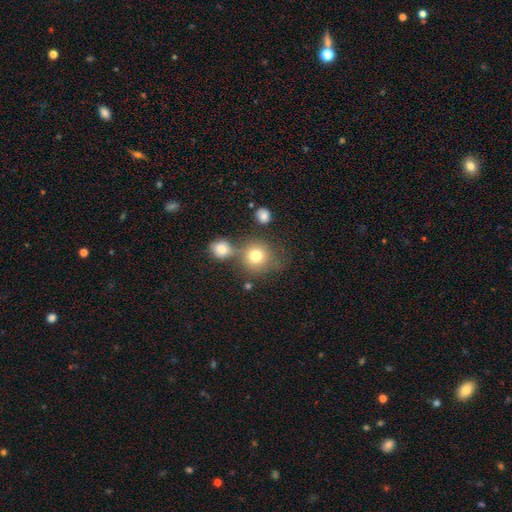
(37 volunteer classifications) Morphology: type=smooth (89%); roundness=round (97%); merging=none (64%).